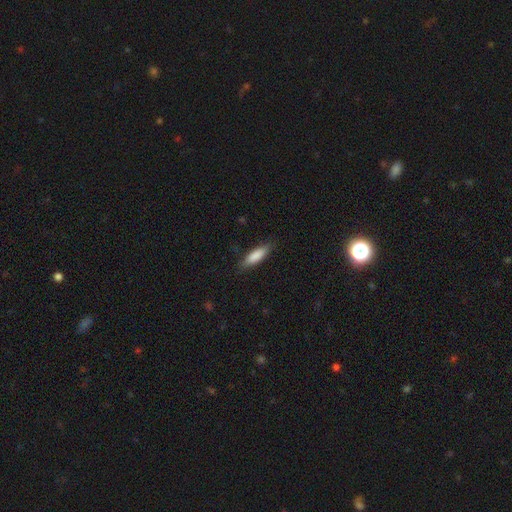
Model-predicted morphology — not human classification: type=smooth (83%); roundness=cigar-shaped (55%); merging=none (83%).